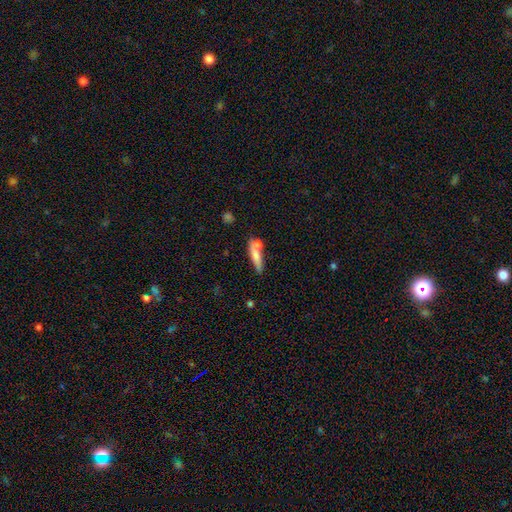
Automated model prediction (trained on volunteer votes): smooth 68%, featured or disk 25%, star or artifact 8%. Down the decision tree: how rounded — cigar-shaped (70%); merging — none (45%).